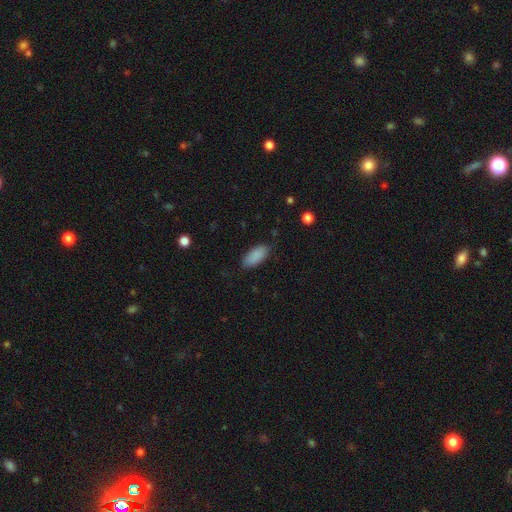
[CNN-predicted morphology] Q: Smooth or featured?
A: smooth (89%); runner-up: star or artifact (6%)
Q: How rounded?
A: in between (89%); runner-up: cigar-shaped (9%)
Q: Merging?
A: none (81%); runner-up: minor disturbance (15%)